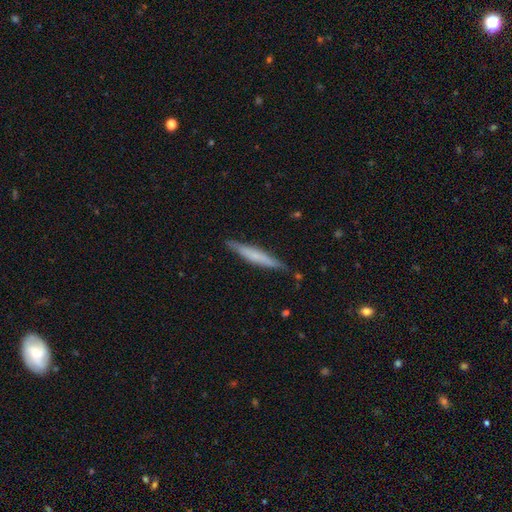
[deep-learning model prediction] smooth-or-featured: smooth: 56% | featured or disk: 38% | star or artifact: 6%
  how-rounded: cigar-shaped: 94% | in between: 5% | round: 1%
  merging: none: 86% | minor disturbance: 11% | major disturbance: 2% | merger: 1%